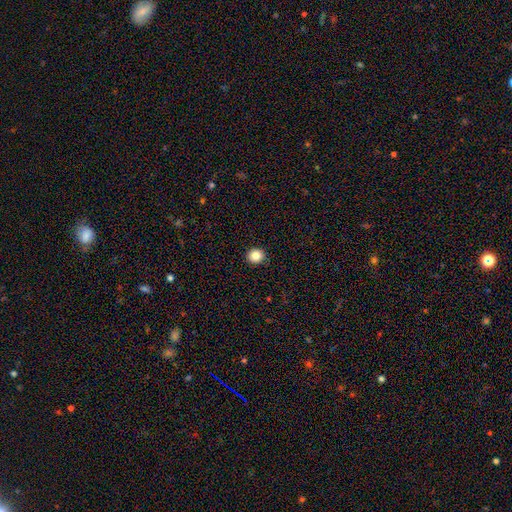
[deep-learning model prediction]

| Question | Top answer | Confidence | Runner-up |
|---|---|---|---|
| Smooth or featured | smooth | 85% | star or artifact (10%) |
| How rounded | round | 91% | in between (8%) |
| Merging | none | 92% | minor disturbance (5%) |